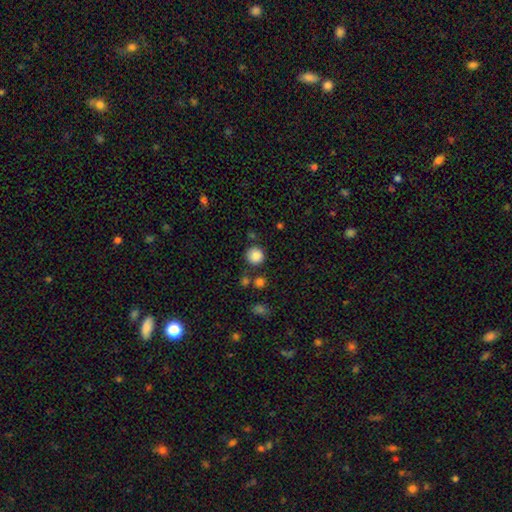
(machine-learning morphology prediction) Overall: smooth (86%). How rounded: round (93%). Merging: none (83%).